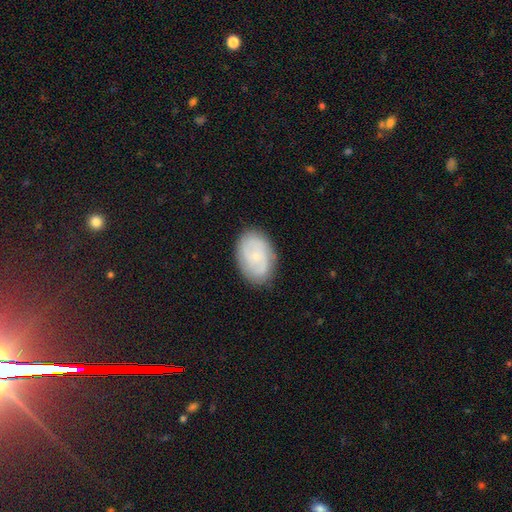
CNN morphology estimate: A featured or disk galaxy (64%) with no bar (70%), 2 (49%) tight (50%) spiral arms (91%) and a small central bulge (78%).

Vote fractions:
- Smooth or featured? featured or disk: 64% / smooth: 29% / star or artifact: 7%
- Edge-on disk? no: 97% / yes: 3%
- Bar? no: 70% / weak: 26% / strong: 4%
- Spiral arms? yes: 91% / no: 9%
- Spiral winding? tight: 50% / medium: 38% / loose: 12%
- Spiral arm count? 2: 49% / can't tell: 24% / 3: 15% / 4: 4% / 1: 4% / more than 4: 3%
- Bulge size? small: 78% / moderate: 15% / none: 5% / large: 1% / dominant: 1%
- Merging? none: 83% / minor disturbance: 12% / major disturbance: 3% / merger: 1%